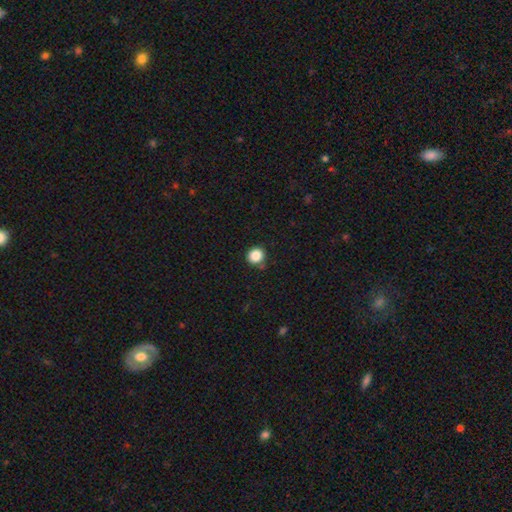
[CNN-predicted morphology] type=smooth (86%); roundness=round (91%); merging=none (86%).